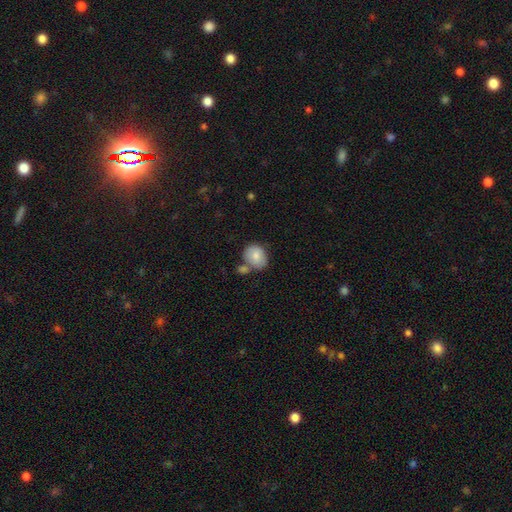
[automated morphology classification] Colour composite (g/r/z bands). It shows a smooth galaxy with no disk features (80%) that is round (55%). Merging: none (53%).